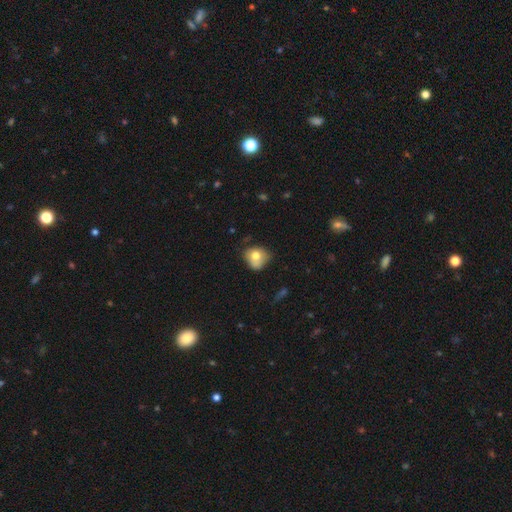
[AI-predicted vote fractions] smooth 72%, featured or disk 18%, star or artifact 10%. Down the decision tree: how rounded — round (70%); merging — none (45%).